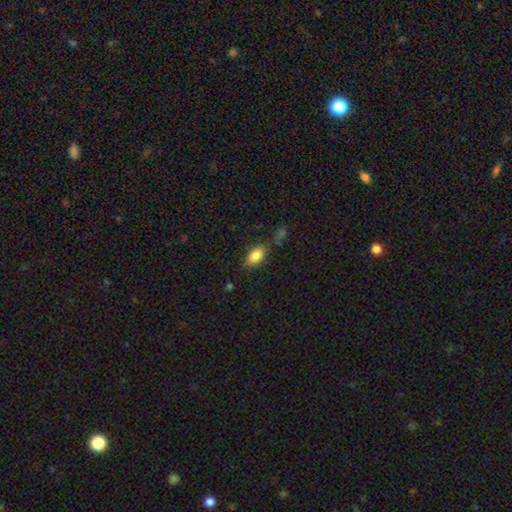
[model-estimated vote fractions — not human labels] Q: Smooth or featured?
A: smooth (83%); runner-up: featured or disk (9%)
Q: How rounded?
A: in between (88%); runner-up: round (8%)
Q: Merging?
A: none (68%); runner-up: minor disturbance (20%)